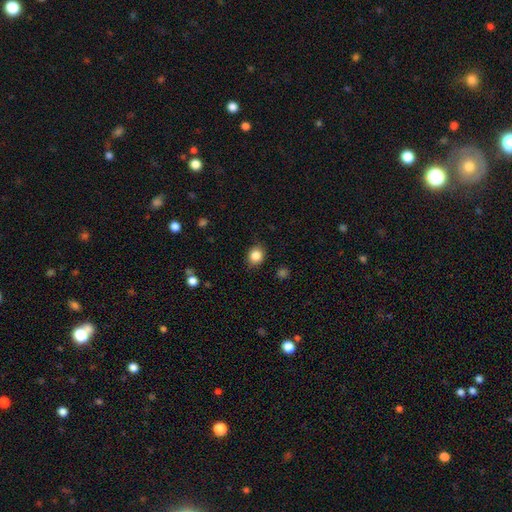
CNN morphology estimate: smooth-or-featured: smooth: 85% | star or artifact: 10% | featured or disk: 5%
  how-rounded: round: 64% | in between: 35% | cigar-shaped: 1%
  merging: none: 87% | minor disturbance: 10% | major disturbance: 2% | merger: 1%